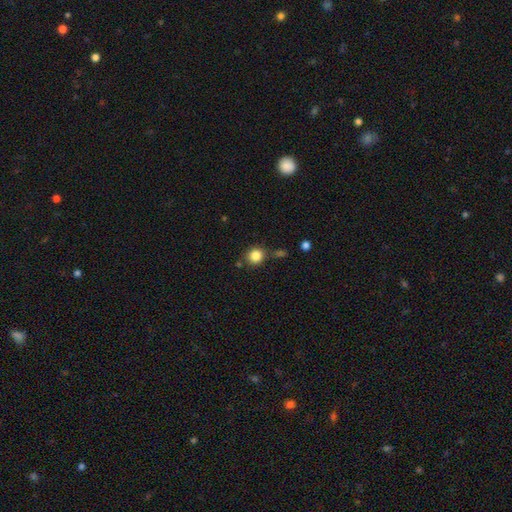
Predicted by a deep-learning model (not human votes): Smooth or featured? Predicted: smooth (p=0.84). How rounded? Predicted: round (p=0.88). Merging? Predicted: none (p=0.77).